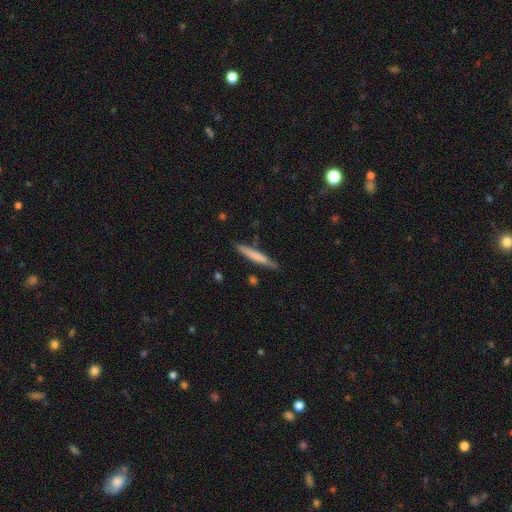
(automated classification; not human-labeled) smooth 66%, featured or disk 28%, star or artifact 6%. Down the decision tree: how rounded — cigar-shaped (95%); merging — none (82%).